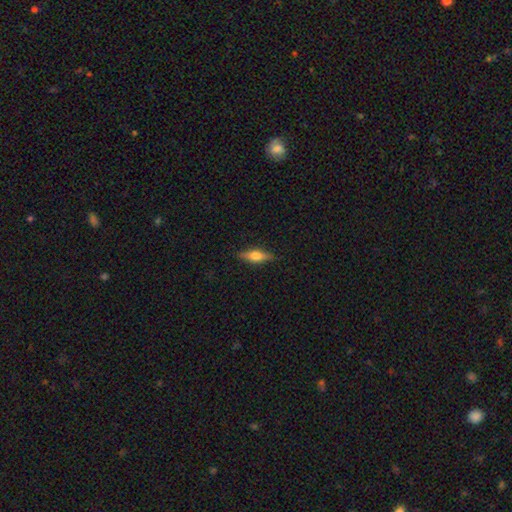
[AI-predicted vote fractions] featured or disk 48%, smooth 45%, star or artifact 7%. Down the decision tree: merging — none (87%).